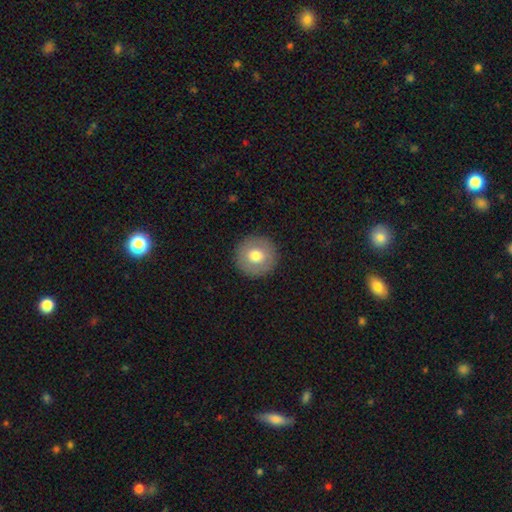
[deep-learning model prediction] smooth 72%, featured or disk 21%, star or artifact 7%. Down the decision tree: how rounded — round (95%); merging — none (92%).